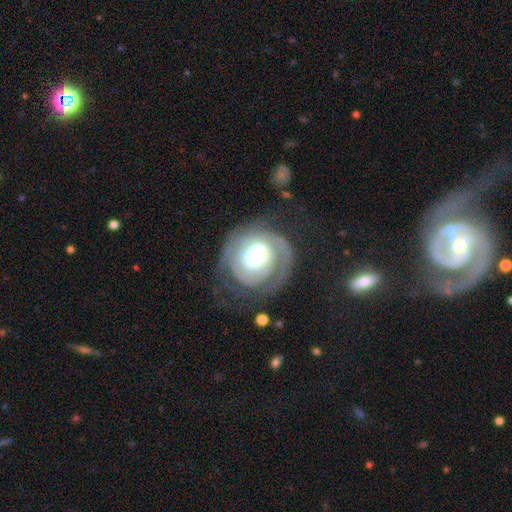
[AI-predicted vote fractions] Q: Smooth or featured?
A: featured or disk (75%); runner-up: smooth (18%)
Q: Edge-on disk?
A: no (98%); runner-up: yes (2%)
Q: Bar?
A: no (69%); runner-up: weak (22%)
Q: Spiral arms?
A: yes (86%); runner-up: no (14%)
Q: Spiral winding?
A: tight (62%); runner-up: medium (26%)
Q: Spiral arm count?
A: 2 (35%); runner-up: 1 (25%)
Q: Bulge size?
A: large (52%); runner-up: moderate (21%)
Q: Merging?
A: none (55%); runner-up: major disturbance (22%)